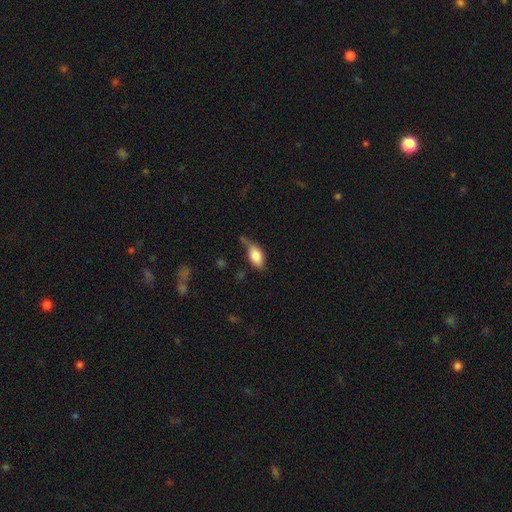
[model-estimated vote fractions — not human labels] Smooth or featured? Predicted: smooth (p=0.76). How rounded? Predicted: in between (p=0.87). Merging? Predicted: none (p=0.36).